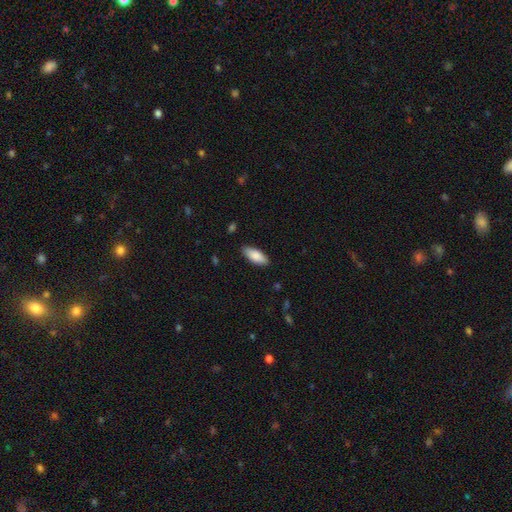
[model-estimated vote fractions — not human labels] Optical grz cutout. It shows a smooth galaxy with no disk features (87%) that is in between round and cigar-shaped (83%). Merging: none (87%).